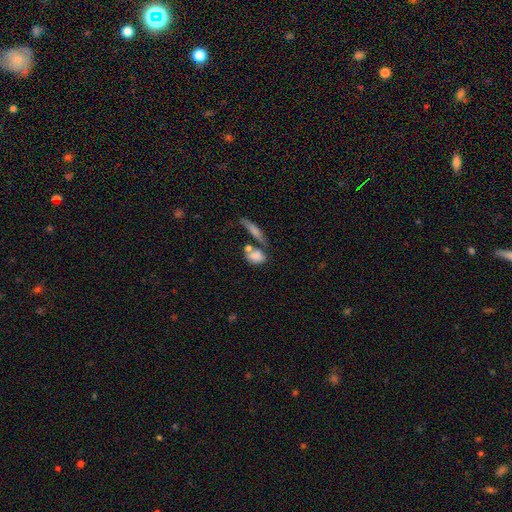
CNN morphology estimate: Smooth or featured? smooth (75%)
How rounded? in between (65%)
Merging? merger (38%, tied with none)